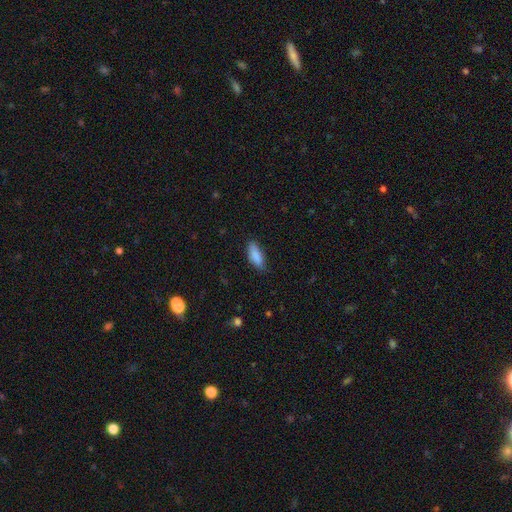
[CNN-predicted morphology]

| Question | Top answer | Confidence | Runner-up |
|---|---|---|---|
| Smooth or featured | smooth | 87% | star or artifact (7%) |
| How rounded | in between | 73% | cigar-shaped (25%) |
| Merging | none | 72% | minor disturbance (23%) |